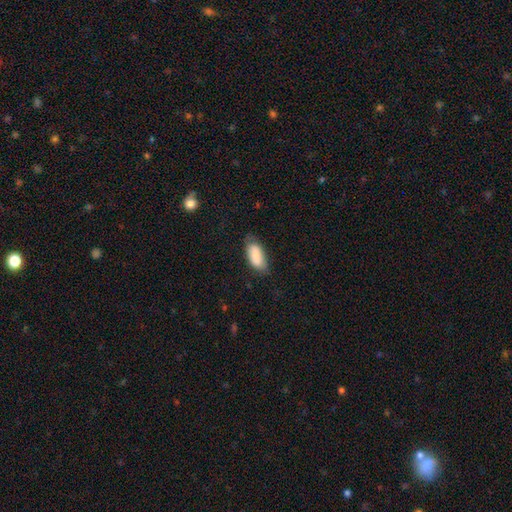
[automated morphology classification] Q: Smooth or featured?
A: smooth (85%); runner-up: featured or disk (9%)
Q: How rounded?
A: in between (87%); runner-up: cigar-shaped (11%)
Q: Merging?
A: none (65%); runner-up: minor disturbance (27%)